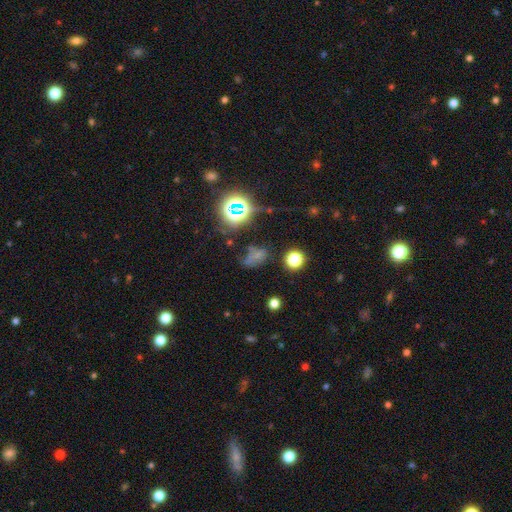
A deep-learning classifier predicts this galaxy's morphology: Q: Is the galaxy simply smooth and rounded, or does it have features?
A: smooth — 44%.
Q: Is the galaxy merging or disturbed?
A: none — 44%.